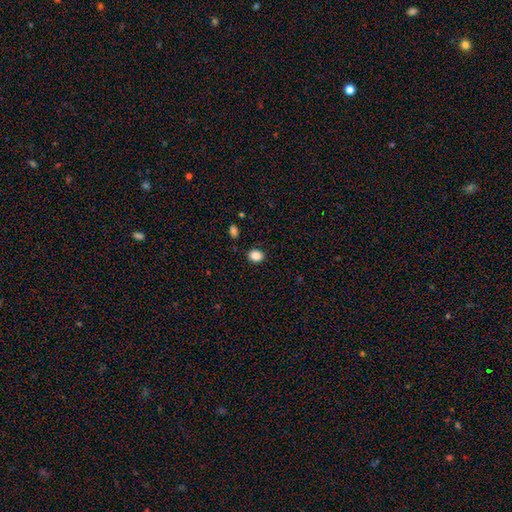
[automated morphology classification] Smooth or featured?
  - smooth: 87% *
  - star or artifact: 10%
  - featured or disk: 3%
How rounded?
  - round: 54% *
  - in between: 45%
  - cigar-shaped: 1%
Merging?
  - none: 88% *
  - minor disturbance: 8%
  - major disturbance: 2%
  - merger: 2%